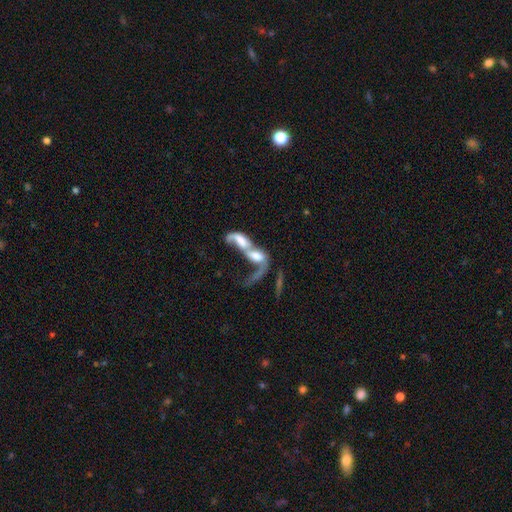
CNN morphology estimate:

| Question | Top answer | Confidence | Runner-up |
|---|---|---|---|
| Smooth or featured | featured or disk | 55% | smooth (35%) |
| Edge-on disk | no | 89% | yes (11%) |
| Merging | merger | 80% | major disturbance (11%) |